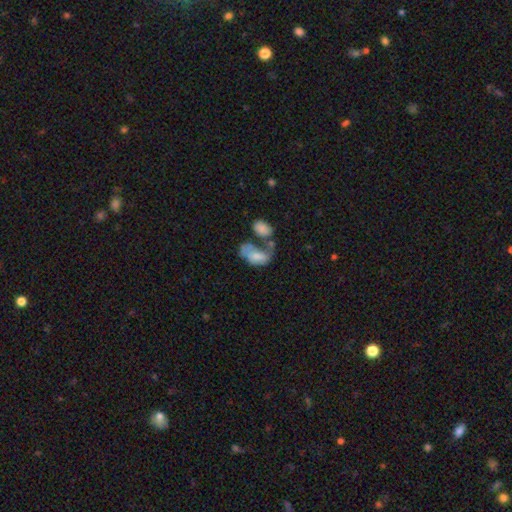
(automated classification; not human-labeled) Smooth or featured? smooth (65%)
How rounded? in between (92%)
Merging? merger (46%)